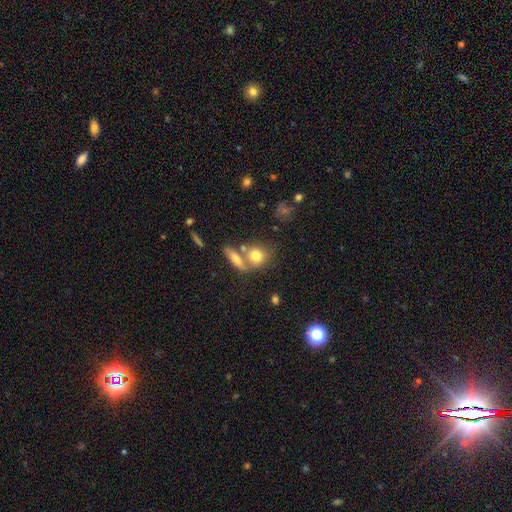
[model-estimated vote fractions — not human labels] Smooth or featured? smooth (75%)
How rounded? round (57%)
Merging? none (47%)